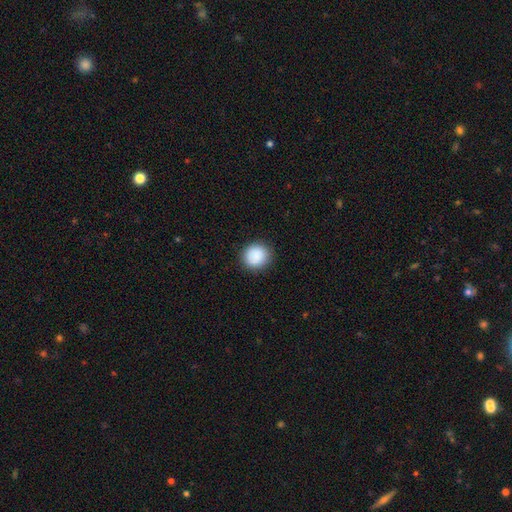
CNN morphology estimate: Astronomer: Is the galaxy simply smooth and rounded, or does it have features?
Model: smooth — 89%.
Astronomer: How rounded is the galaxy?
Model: round — 92%.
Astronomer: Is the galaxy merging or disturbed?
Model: none — 90%.